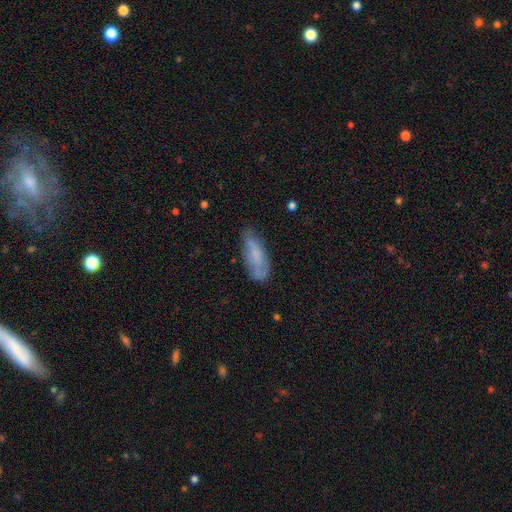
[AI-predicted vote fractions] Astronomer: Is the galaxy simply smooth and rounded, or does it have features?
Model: smooth — 60%.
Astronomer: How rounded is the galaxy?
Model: in between — 65%.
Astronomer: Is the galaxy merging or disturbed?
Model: none — 60%.